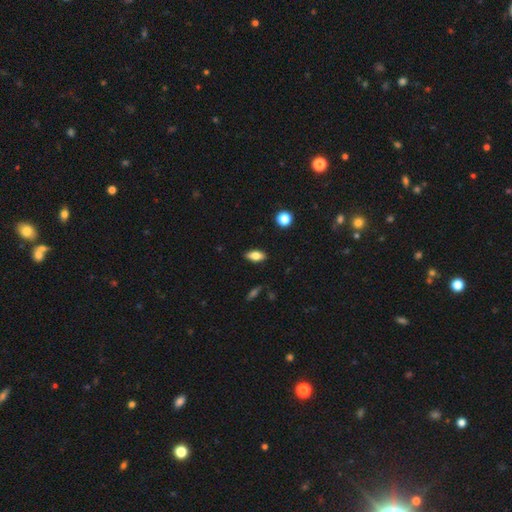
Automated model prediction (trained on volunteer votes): This is likely a smooth galaxy (74%). How rounded: clearly in between (85%). Merging: clearly none (87%).